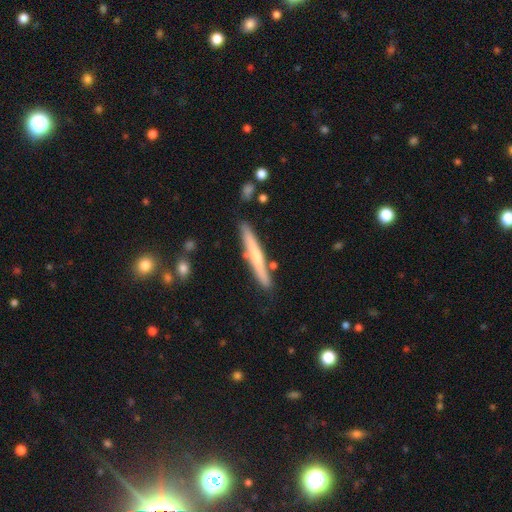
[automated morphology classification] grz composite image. It shows a featured or disk galaxy (49%). Merging: none (85%).